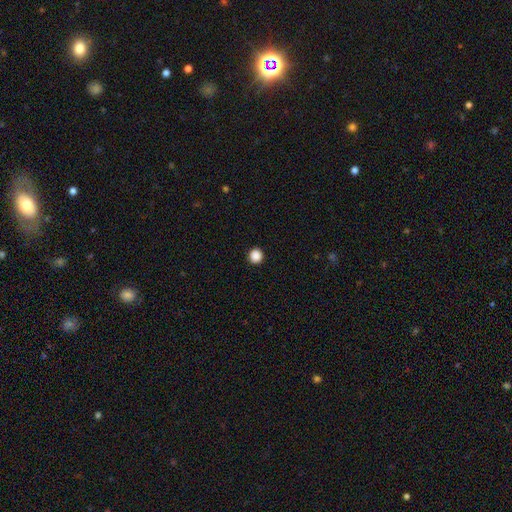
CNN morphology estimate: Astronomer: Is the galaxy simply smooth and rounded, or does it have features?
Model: smooth — 88%.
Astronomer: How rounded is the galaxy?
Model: round — 95%.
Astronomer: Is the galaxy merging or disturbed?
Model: none — 94%.